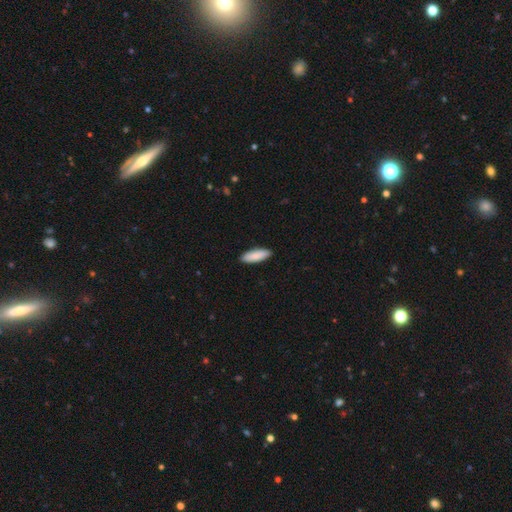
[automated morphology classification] This appears to be a smooth galaxy with no disk features (89%) that is in between round and cigar-shaped (57%). Merging: none (90%).